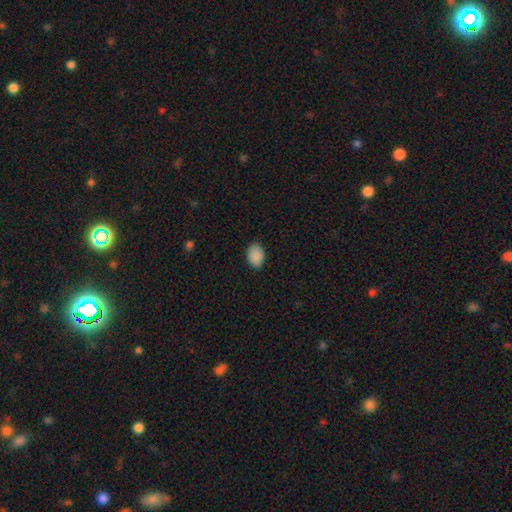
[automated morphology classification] A smooth galaxy with no disk features (89%) that is in between round and cigar-shaped (79%). Merging: none (85%).